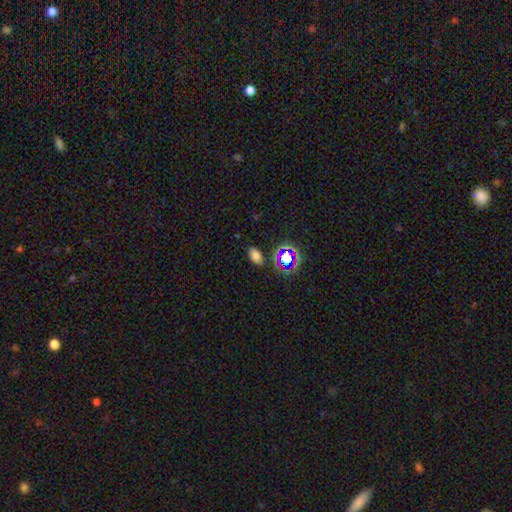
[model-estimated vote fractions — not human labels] The model was most divided on "smooth or featured": smooth: 71%, star or artifact: 21%, featured or disk: 8%. More confident: how rounded — in between (89%); merging — none (82%).